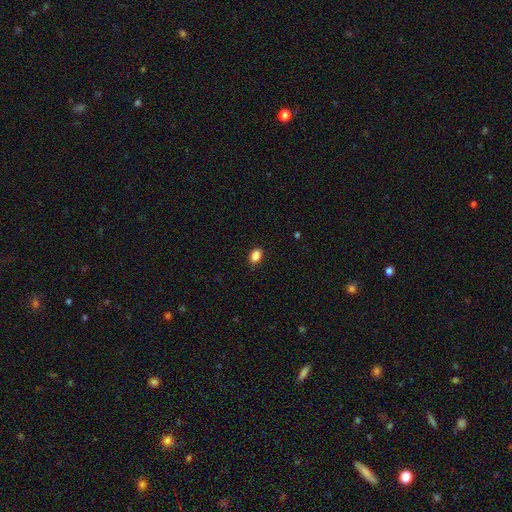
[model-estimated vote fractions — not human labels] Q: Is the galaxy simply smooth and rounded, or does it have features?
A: smooth — 88%.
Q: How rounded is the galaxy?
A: in between — 88%.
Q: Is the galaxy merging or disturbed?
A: none — 86%.